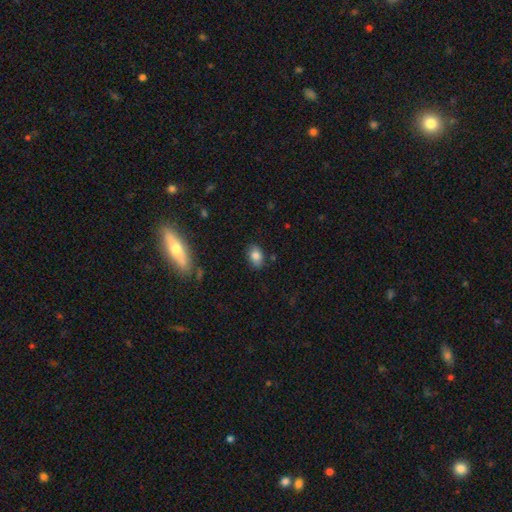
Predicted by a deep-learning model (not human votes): smooth-or-featured: smooth: 82% | star or artifact: 9% | featured or disk: 9%
  how-rounded: in between: 81% | round: 18% | cigar-shaped: 1%
  merging: none: 82% | minor disturbance: 14% | major disturbance: 3% | merger: 2%